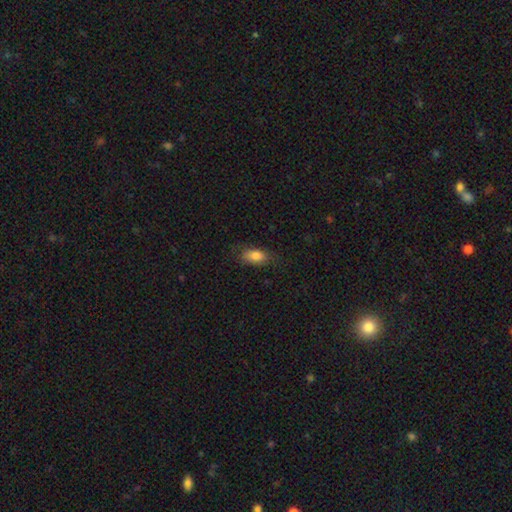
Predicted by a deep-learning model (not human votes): smooth-or-featured: smooth: 82% | featured or disk: 10% | star or artifact: 8%
  how-rounded: in between: 87% | cigar-shaped: 7% | round: 6%
  merging: none: 76% | minor disturbance: 18% | major disturbance: 5% | merger: 1%